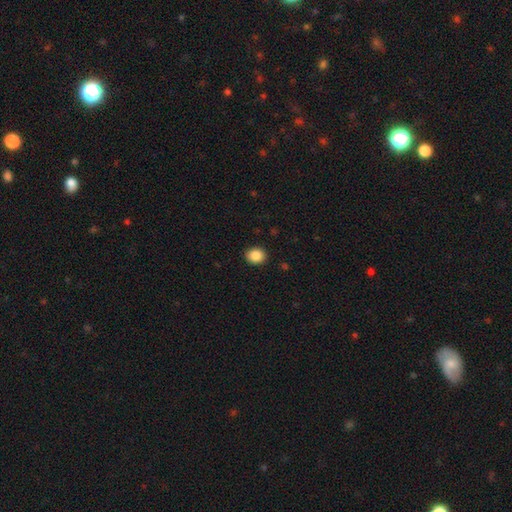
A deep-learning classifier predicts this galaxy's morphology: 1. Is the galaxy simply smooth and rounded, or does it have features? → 88% smooth, 9% star or artifact, 4% featured or disk.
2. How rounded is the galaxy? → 66% round, 34% in between, 1% cigar-shaped.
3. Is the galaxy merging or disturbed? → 91% none, 6% minor disturbance, 2% major disturbance, 1% merger.